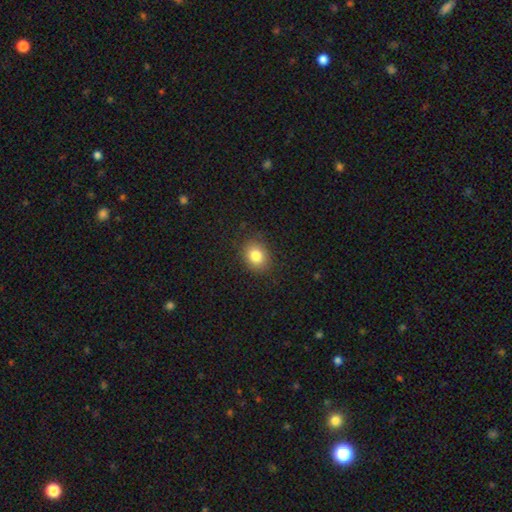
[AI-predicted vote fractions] Smooth or featured? Predicted: smooth (p=0.82). How rounded? Predicted: round (p=0.53). Merging? Predicted: none (p=0.86).